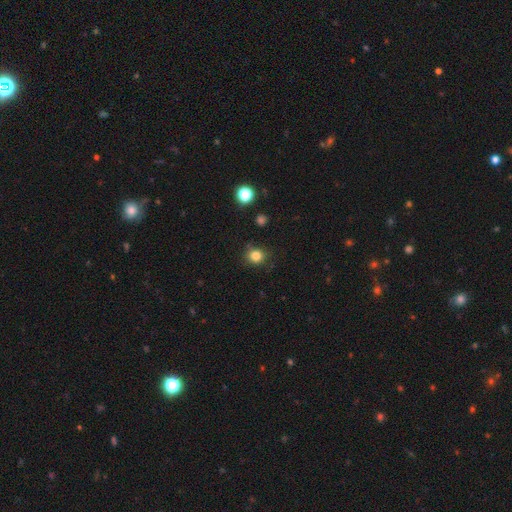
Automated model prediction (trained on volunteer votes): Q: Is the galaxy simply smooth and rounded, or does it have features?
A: smooth — 83%.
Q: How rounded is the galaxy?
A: round — 84%.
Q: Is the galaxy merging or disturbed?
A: none — 84%.